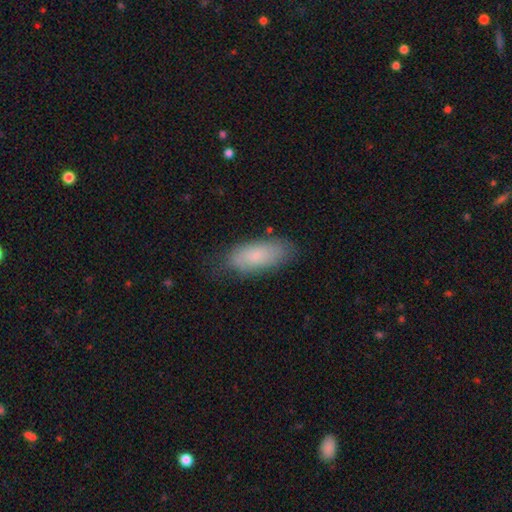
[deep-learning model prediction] This is likely a smooth galaxy (75%). How rounded: clearly in between (85%). Merging: likely none (73%).